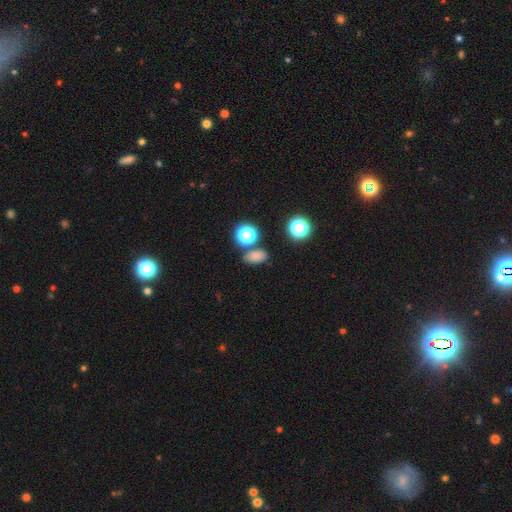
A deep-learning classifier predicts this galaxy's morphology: Smooth or featured? Predicted: smooth (p=0.75). How rounded? Predicted: in between (p=0.74). Merging? Predicted: none (p=0.75).